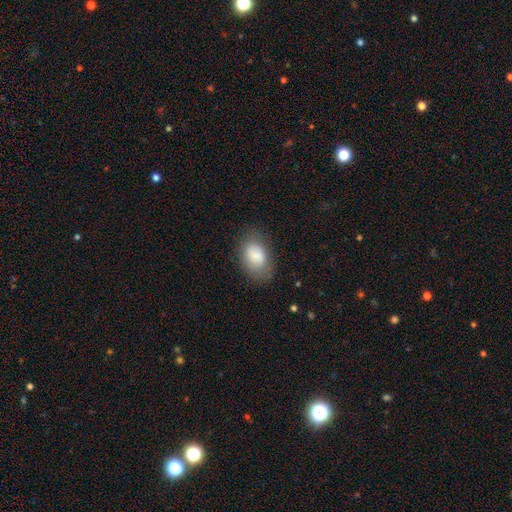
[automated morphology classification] Smooth or featured?
  - smooth: 83% *
  - featured or disk: 10%
  - star or artifact: 7%
How rounded?
  - in between: 86% *
  - round: 13%
  - cigar-shaped: 1%
Merging?
  - none: 74% *
  - minor disturbance: 18%
  - major disturbance: 7%
  - merger: 1%